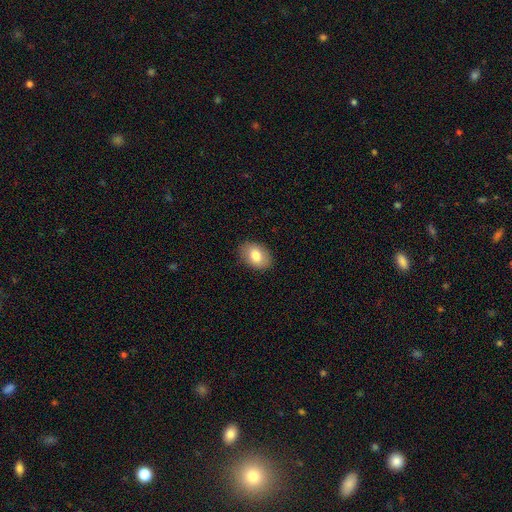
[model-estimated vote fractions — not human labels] The model was most divided on "how rounded": in between: 82%, round: 17%, cigar-shaped: 1%. More confident: merging — none (88%); smooth or featured — smooth (80%).